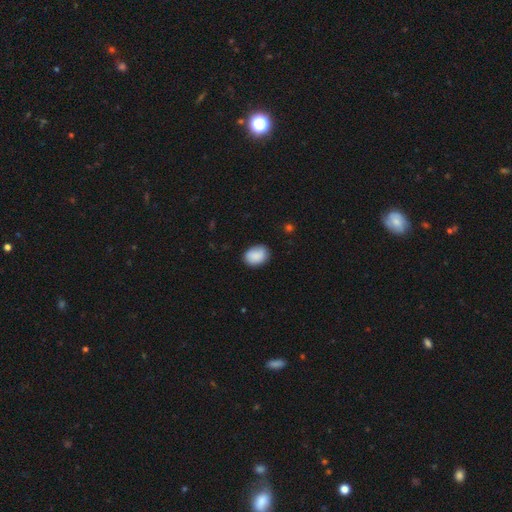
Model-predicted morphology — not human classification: A smooth galaxy with no disk features (88%) that is in between round and cigar-shaped (73%). Merging: none (79%).